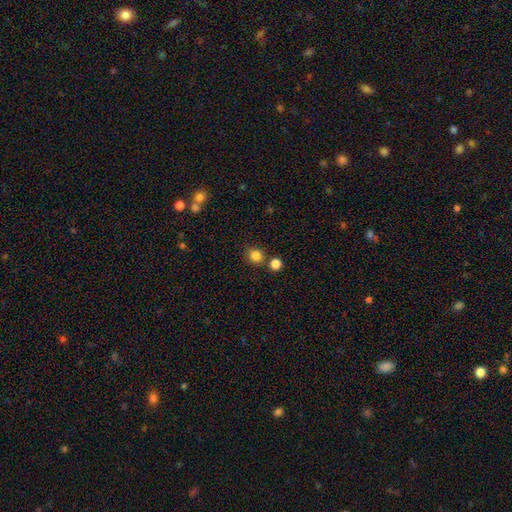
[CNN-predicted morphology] The model was most divided on "how rounded": round: 81%, in between: 18%, cigar-shaped: 1%. More confident: smooth or featured — smooth (83%); merging — none (76%).